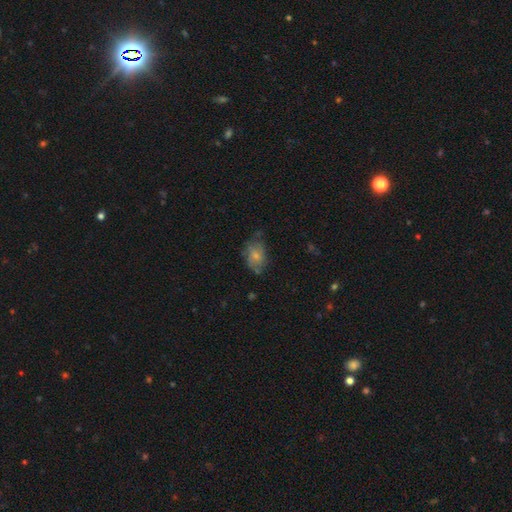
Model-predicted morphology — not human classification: smooth-or-featured: smooth: 70% | featured or disk: 22% | star or artifact: 8%
  how-rounded: in between: 78% | round: 20% | cigar-shaped: 1%
  merging: none: 54% | minor disturbance: 32% | major disturbance: 11% | merger: 3%